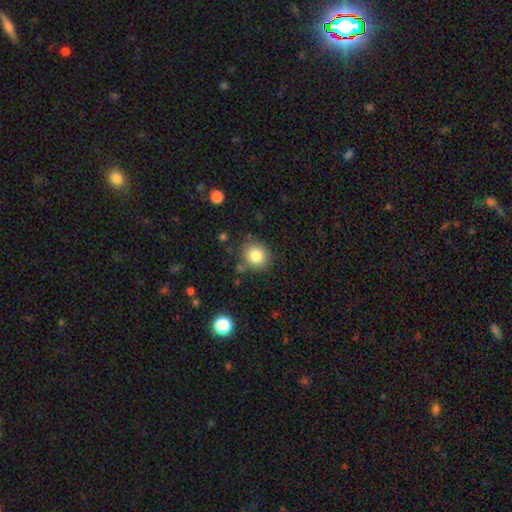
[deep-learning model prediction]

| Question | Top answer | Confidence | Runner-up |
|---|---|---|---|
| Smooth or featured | smooth | 83% | star or artifact (10%) |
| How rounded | round | 80% | in between (19%) |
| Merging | none | 80% | minor disturbance (12%) |